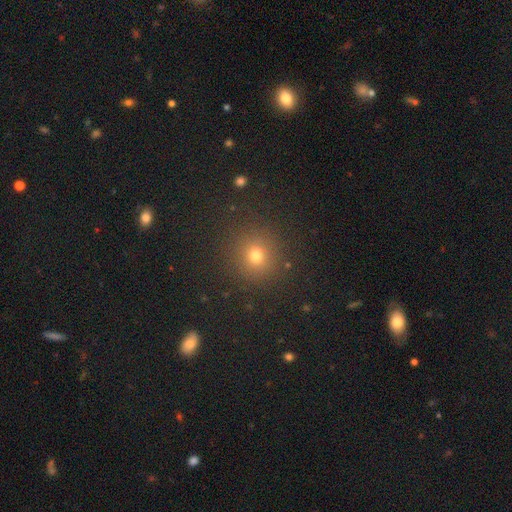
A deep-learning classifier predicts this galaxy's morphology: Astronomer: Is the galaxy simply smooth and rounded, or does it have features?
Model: smooth — 70%.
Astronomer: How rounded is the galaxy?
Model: round — 92%.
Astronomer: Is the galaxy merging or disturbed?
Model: none — 90%.